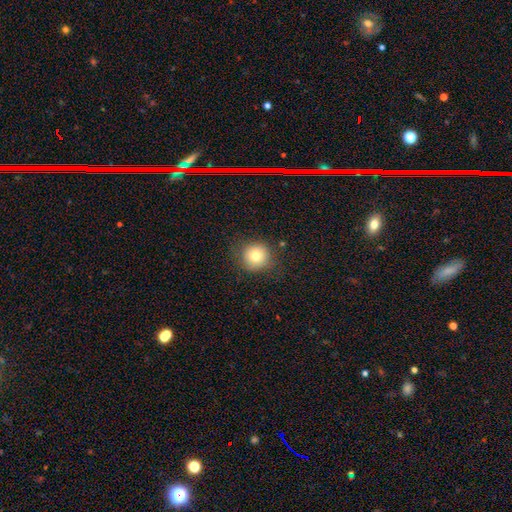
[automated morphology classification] Smooth or featured? smooth (77%)
How rounded? round (93%)
Merging? none (84%)